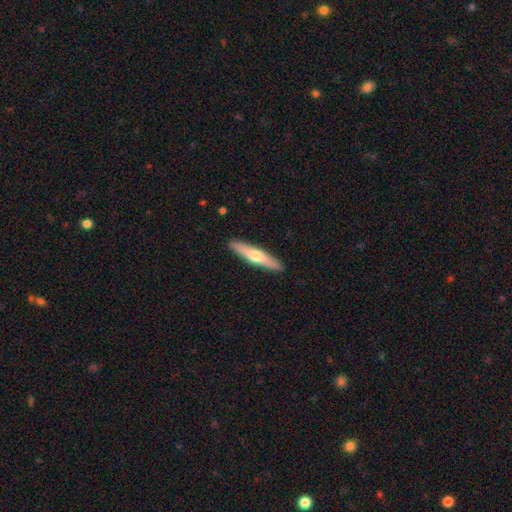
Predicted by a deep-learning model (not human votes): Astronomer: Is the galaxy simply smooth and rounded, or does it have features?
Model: smooth — 49% (runner-up: featured or disk, 46%).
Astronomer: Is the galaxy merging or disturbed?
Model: none — 92%.